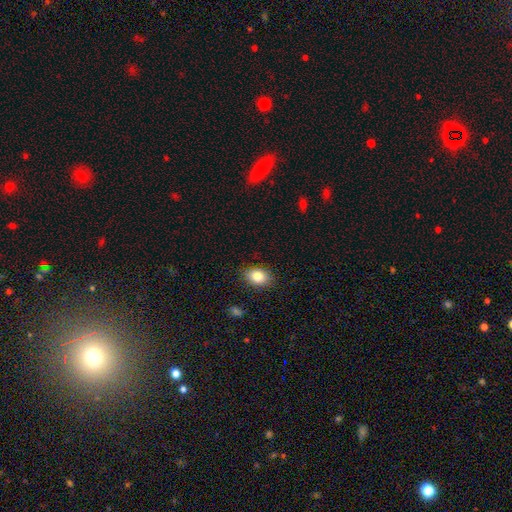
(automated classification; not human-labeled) smooth-or-featured: smooth: 82% | star or artifact: 9% | featured or disk: 9%
  how-rounded: in between: 74% | round: 24% | cigar-shaped: 1%
  merging: none: 86% | minor disturbance: 10% | major disturbance: 2% | merger: 1%